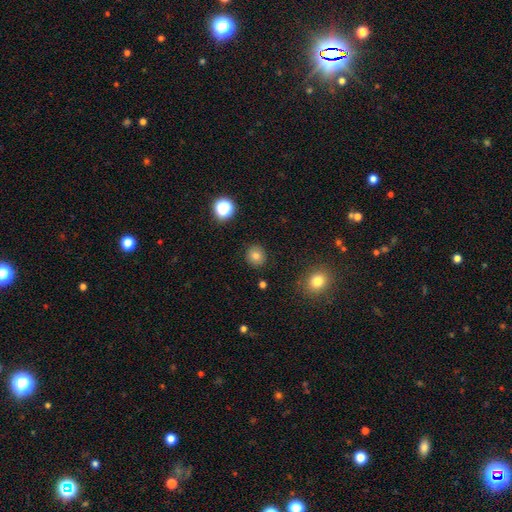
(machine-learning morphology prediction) smooth 78%, star or artifact 13%, featured or disk 8%. Down the decision tree: how rounded — round (87%); merging — none (89%).